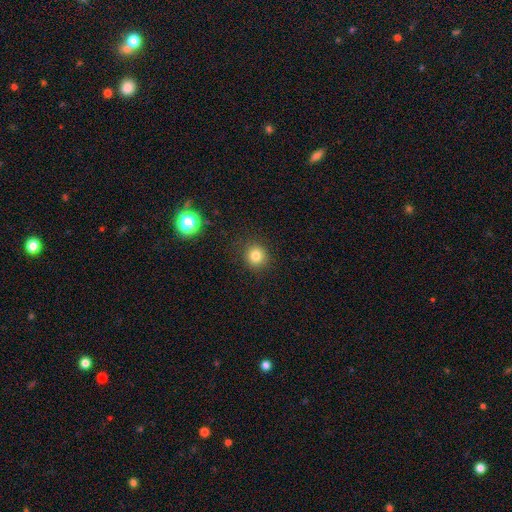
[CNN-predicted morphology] A smooth galaxy with no disk features (80%) that is round (91%). Merging: none (90%).